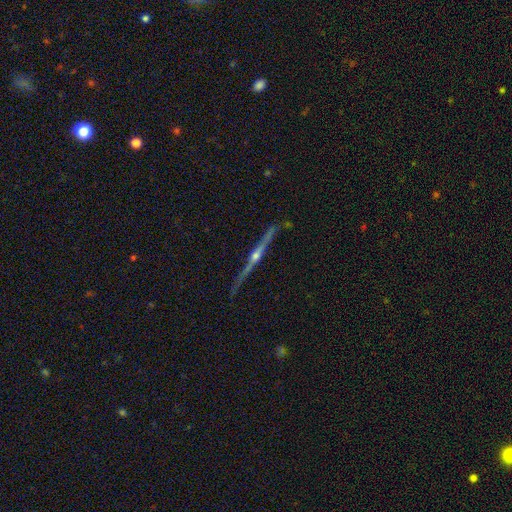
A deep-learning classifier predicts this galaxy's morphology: type=featured or disk (86%); edge-on=yes (98%); edge-on bulge=rounded (92%); merging=none (85%).